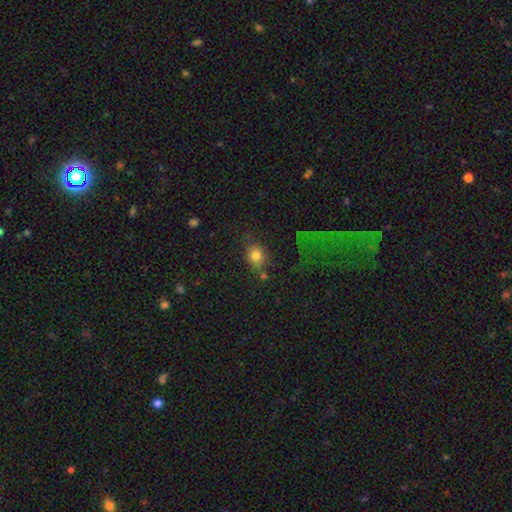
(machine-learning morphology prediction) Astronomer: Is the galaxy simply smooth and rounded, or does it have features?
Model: smooth — 79%.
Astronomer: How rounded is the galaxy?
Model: round — 65%.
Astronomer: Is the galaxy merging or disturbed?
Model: none — 66%.